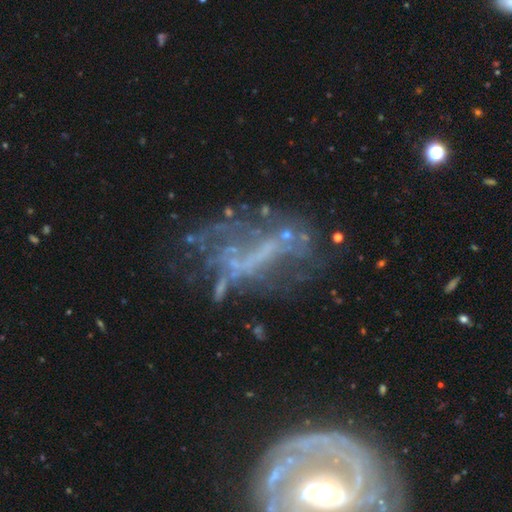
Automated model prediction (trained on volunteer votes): The model was most divided on "merging" (2-way tie): none: 35%, major disturbance: 35%, minor disturbance: 20%, merger: 10%. Remaining: edge-on disk — no (92%); bulge size — none (70%); smooth or featured — featured or disk (66%); spiral arms — no (59%); bar — no (49%).